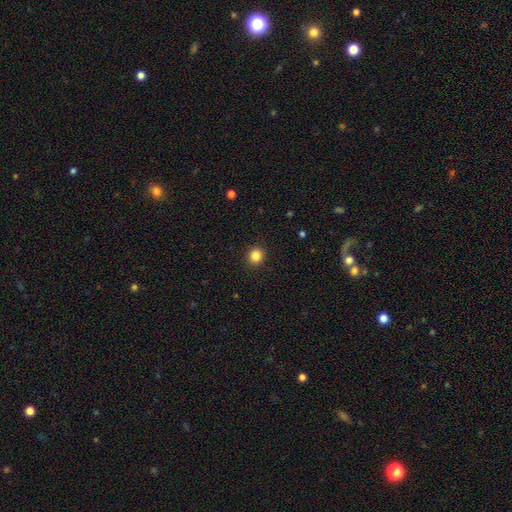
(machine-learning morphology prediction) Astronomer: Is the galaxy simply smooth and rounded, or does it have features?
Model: smooth — 85%.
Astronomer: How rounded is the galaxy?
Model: round — 89%.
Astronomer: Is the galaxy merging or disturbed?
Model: none — 92%.